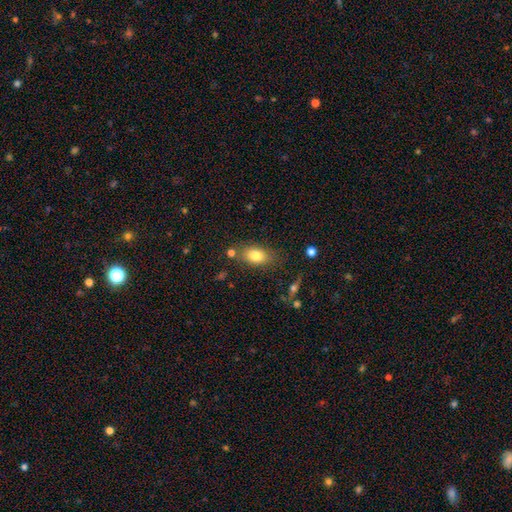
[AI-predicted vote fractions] A smooth galaxy with no disk features (80%) that is in between round and cigar-shaped (85%). Merging: none (73%).